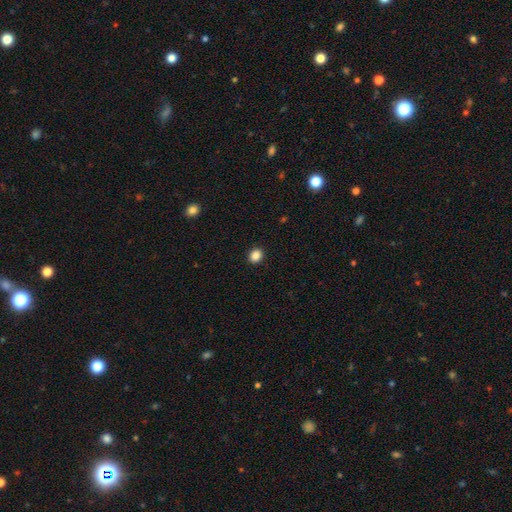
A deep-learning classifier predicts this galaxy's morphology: smooth 87%, star or artifact 10%, featured or disk 3%. Down the decision tree: how rounded — round (62%); merging — none (92%).